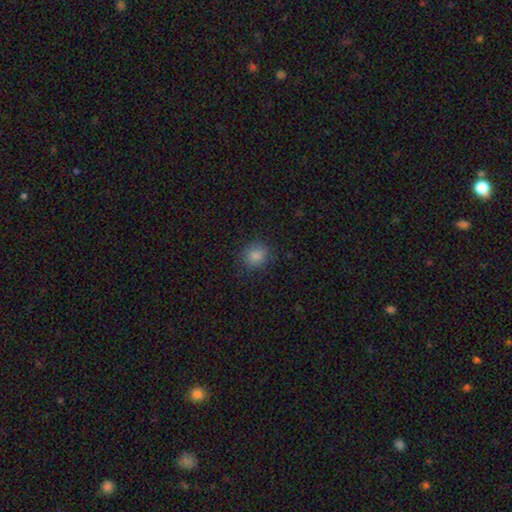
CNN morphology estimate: Q: Smooth or featured?
A: smooth (83%); runner-up: star or artifact (13%)
Q: How rounded?
A: round (83%); runner-up: in between (16%)
Q: Merging?
A: none (88%); runner-up: minor disturbance (9%)